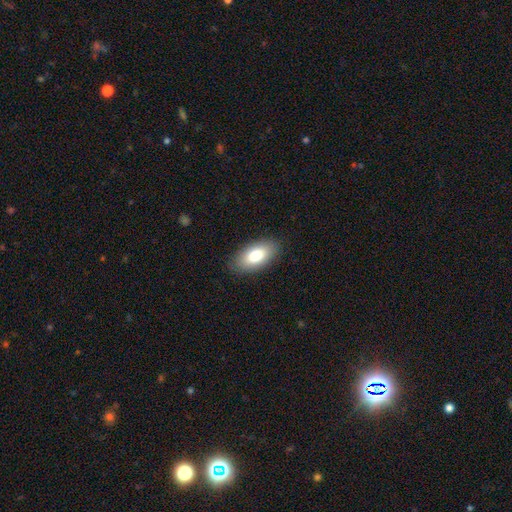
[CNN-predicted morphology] A smooth galaxy with no disk features (82%) that is in between round and cigar-shaped (93%). Merging: none (87%).